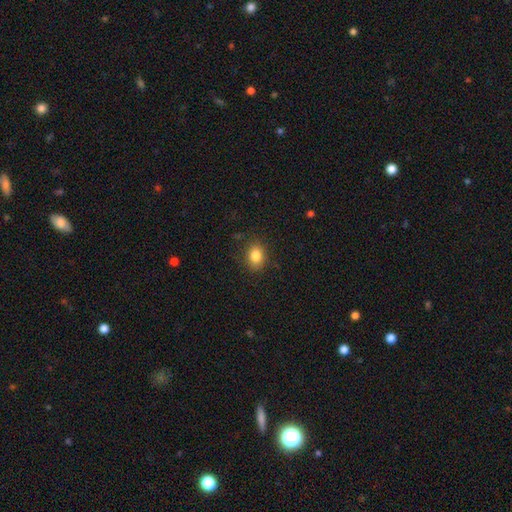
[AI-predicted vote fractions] This appears to be a smooth galaxy with no disk features (84%) that is in between round and cigar-shaped (60%). Merging: none (84%).